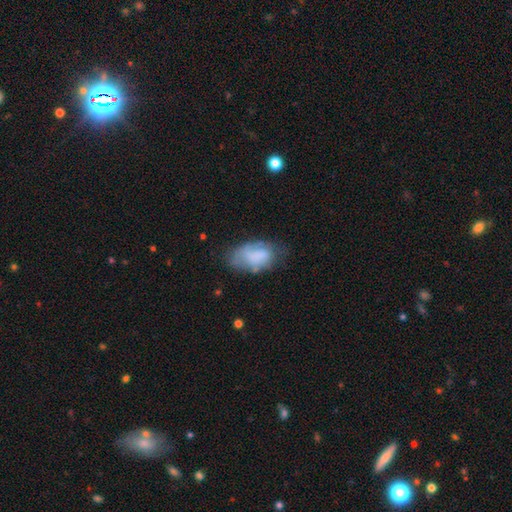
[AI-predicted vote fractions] Q: Smooth or featured?
A: smooth (64%); runner-up: featured or disk (27%)
Q: How rounded?
A: in between (92%); runner-up: round (5%)
Q: Merging?
A: none (50%); runner-up: minor disturbance (32%)